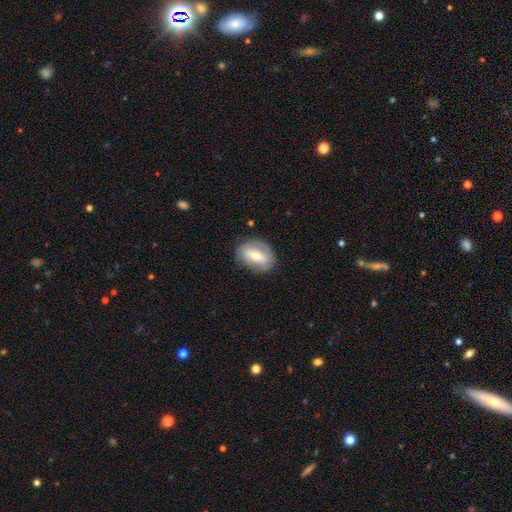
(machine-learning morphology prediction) This is possibly a featured or disk galaxy (50%). Merging: likely none (79%).